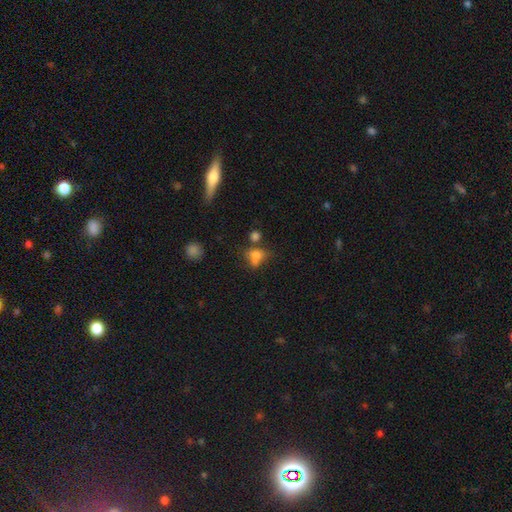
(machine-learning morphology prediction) A smooth galaxy with no disk features (72%) that is in between round and cigar-shaped (54%). Merging: none (38%).